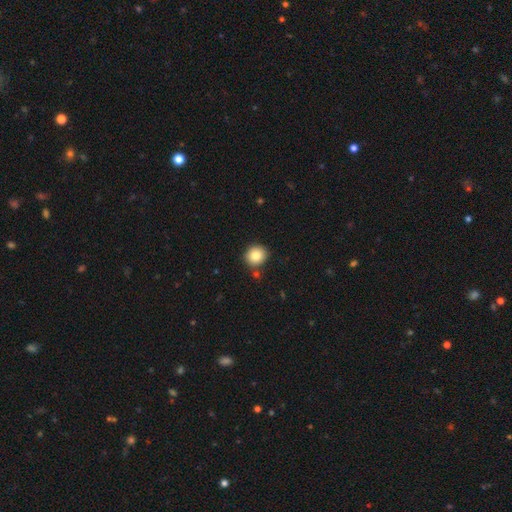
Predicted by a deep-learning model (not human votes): The model was most divided on "how rounded": round: 85%, in between: 14%, cigar-shaped: 1%. More confident: smooth or featured — smooth (84%); merging — none (83%).